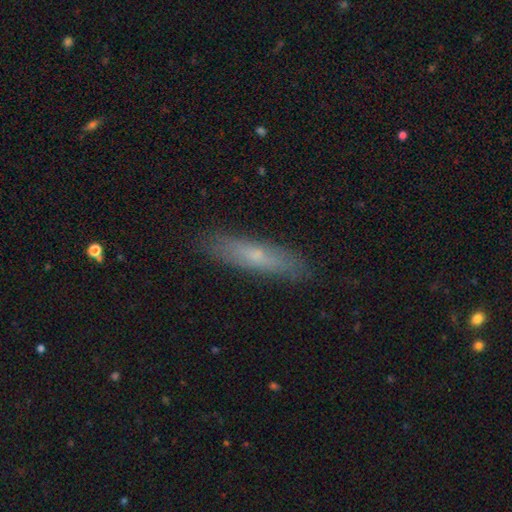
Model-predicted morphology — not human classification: The model was most divided on "smooth or featured": smooth: 59%, featured or disk: 34%, star or artifact: 7%. More confident: merging — none (85%); how rounded — cigar-shaped (80%).